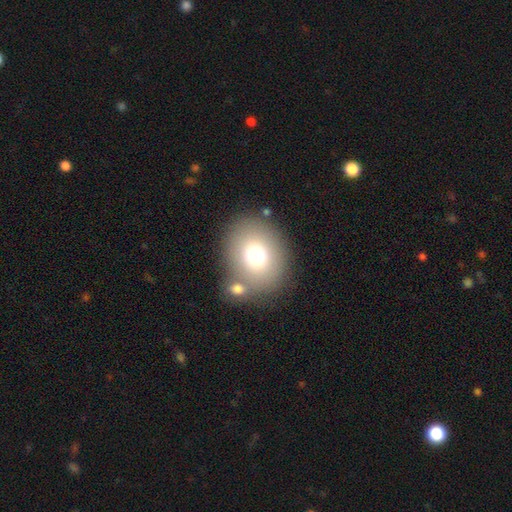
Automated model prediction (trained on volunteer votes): A smooth galaxy with no disk features (74%) that is round (58%).

Vote fractions:
- Smooth or featured? smooth: 74% / featured or disk: 14% / star or artifact: 12%
- How rounded? round: 58% / in between: 41% / cigar-shaped: 1%
- Merging? none: 71% / merger: 14% / minor disturbance: 11% / major disturbance: 5%